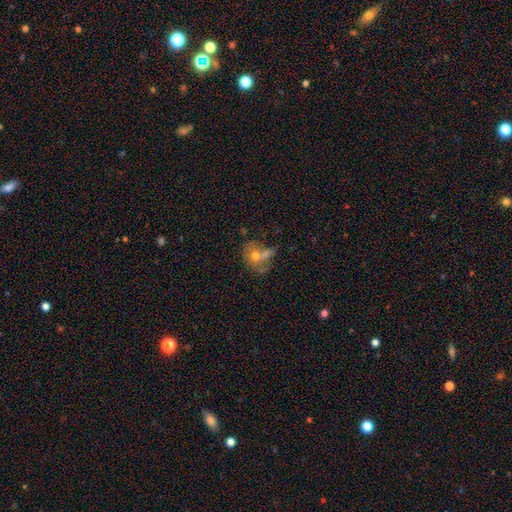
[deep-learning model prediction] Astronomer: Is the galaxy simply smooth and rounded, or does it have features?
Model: smooth — 54% (runner-up: featured or disk, 33%).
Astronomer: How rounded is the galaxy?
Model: round — 50% (runner-up: in between, 49%).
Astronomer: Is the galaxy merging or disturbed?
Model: merger — 36% (runner-up: none, 29%).